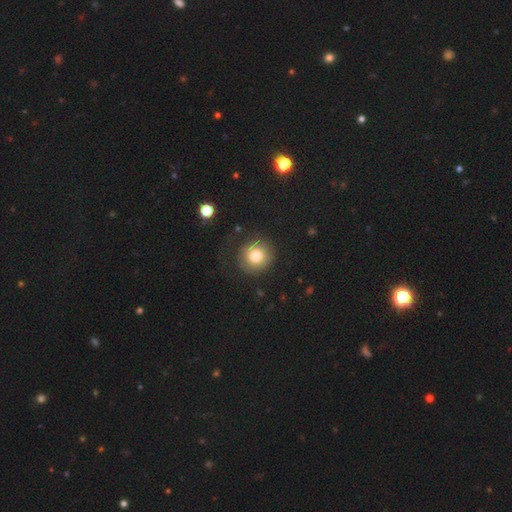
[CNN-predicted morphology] A smooth galaxy with no disk features (77%) that is round (90%).

Vote fractions:
- Smooth or featured? smooth: 77% / featured or disk: 14% / star or artifact: 10%
- How rounded? round: 90% / in between: 9% / cigar-shaped: 1%
- Merging? none: 78% / minor disturbance: 13% / major disturbance: 7% / merger: 2%